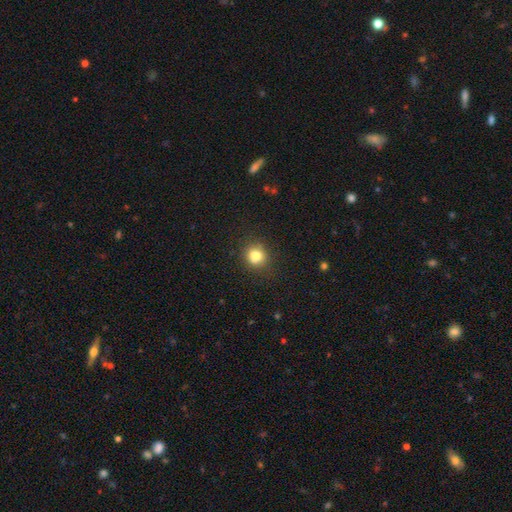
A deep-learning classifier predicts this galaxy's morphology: Overall: smooth (81%). How rounded: round (82%). Merging: none (83%).